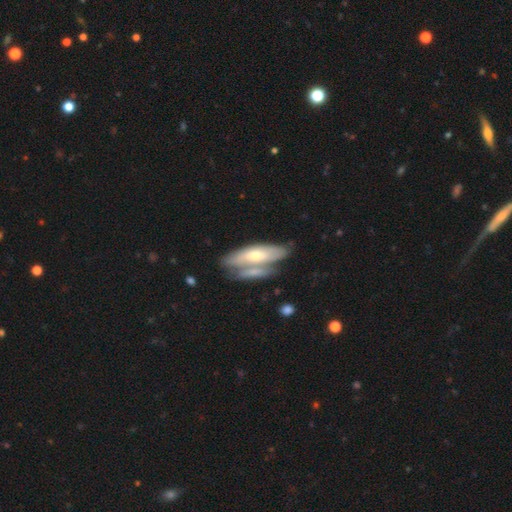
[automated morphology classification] A featured or disk galaxy (51%).

Vote fractions:
- Smooth or featured? featured or disk: 51% / smooth: 43% / star or artifact: 6%
- Edge-on disk? no: 56% / yes: 44%
- Merging? none: 41% / merger: 36% / minor disturbance: 16% / major disturbance: 7%